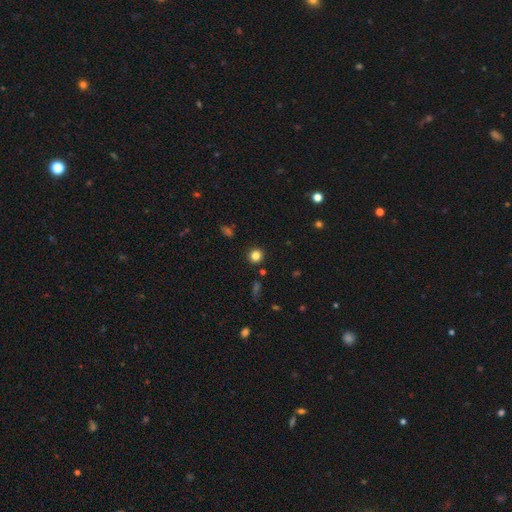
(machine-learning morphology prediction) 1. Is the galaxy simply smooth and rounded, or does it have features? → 82% smooth, 13% star or artifact, 5% featured or disk.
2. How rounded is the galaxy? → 89% round, 10% in between, 1% cigar-shaped.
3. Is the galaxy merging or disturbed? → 90% none, 6% minor disturbance, 2% merger, 2% major disturbance.